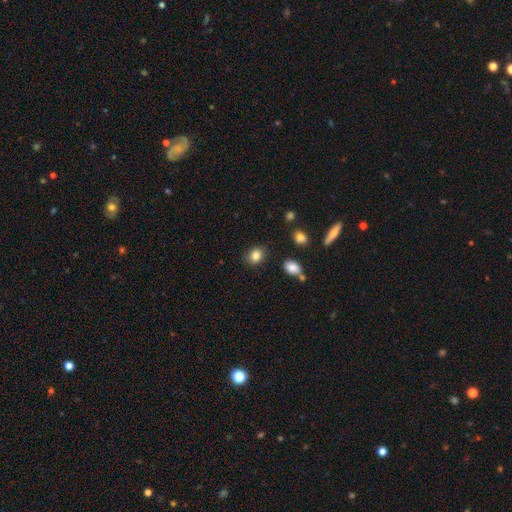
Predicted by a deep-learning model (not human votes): Smooth or featured? Predicted: smooth (p=0.84). How rounded? Predicted: round (p=0.55). Merging? Predicted: none (p=0.85).